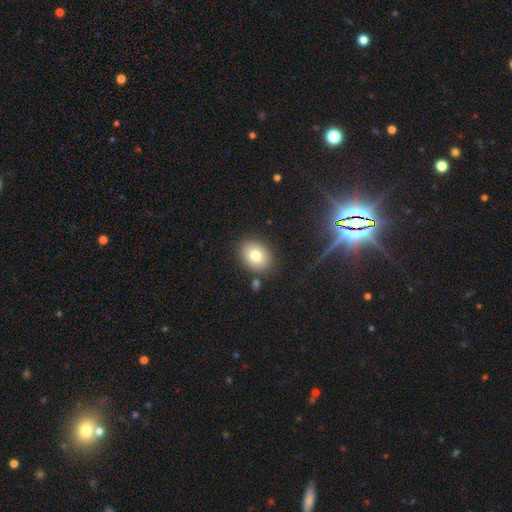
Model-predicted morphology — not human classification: type=smooth (79%); roundness=in between (54%); merging=none (84%).